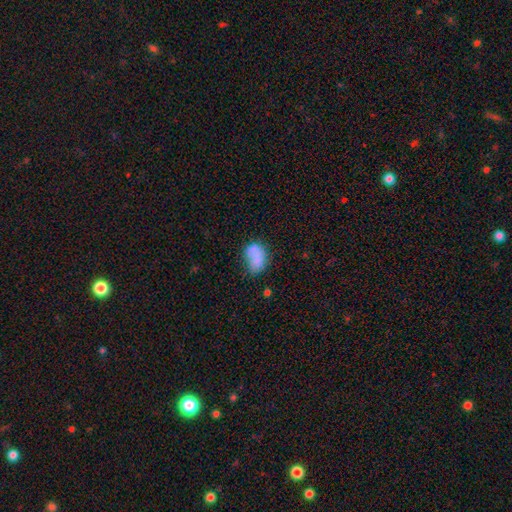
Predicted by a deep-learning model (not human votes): A smooth galaxy with no disk features (75%) that is in between round and cigar-shaped (82%).

Vote fractions:
- Smooth or featured? smooth: 75% / featured or disk: 14% / star or artifact: 10%
- How rounded? in between: 82% / round: 16% / cigar-shaped: 2%
- Merging? none: 41% / minor disturbance: 28% / major disturbance: 18% / merger: 14%